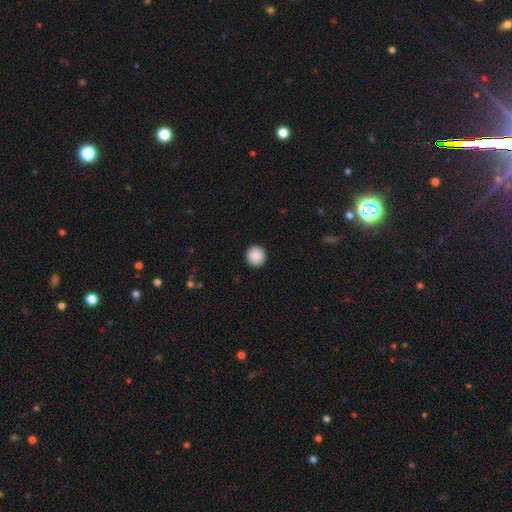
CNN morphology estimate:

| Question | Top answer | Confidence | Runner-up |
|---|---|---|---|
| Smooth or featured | smooth | 90% | star or artifact (8%) |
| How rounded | round | 96% | in between (3%) |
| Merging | none | 93% | minor disturbance (4%) |